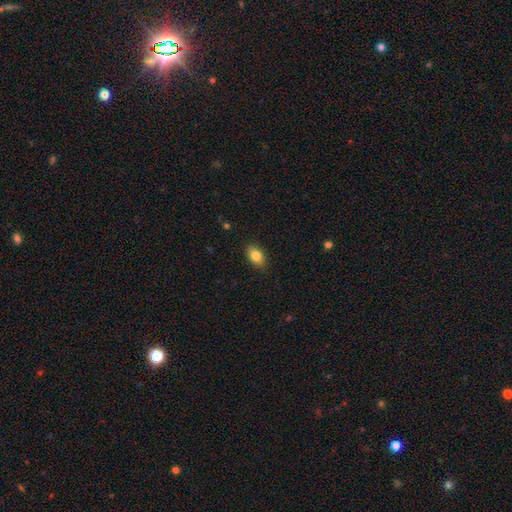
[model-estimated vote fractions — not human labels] Q: Smooth or featured?
A: smooth (83%); runner-up: featured or disk (9%)
Q: How rounded?
A: in between (86%); runner-up: round (12%)
Q: Merging?
A: none (87%); runner-up: minor disturbance (10%)